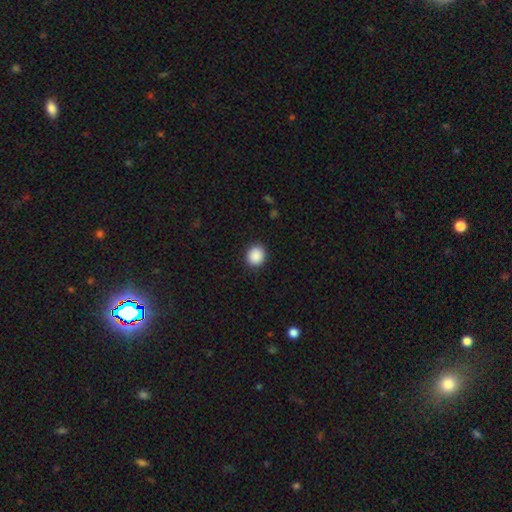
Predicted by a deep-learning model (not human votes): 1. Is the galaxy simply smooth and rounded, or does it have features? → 90% smooth, 8% star or artifact, 2% featured or disk.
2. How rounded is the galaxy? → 80% round, 20% in between, 1% cigar-shaped.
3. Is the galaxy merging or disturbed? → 91% none, 6% minor disturbance, 2% major disturbance, 1% merger.